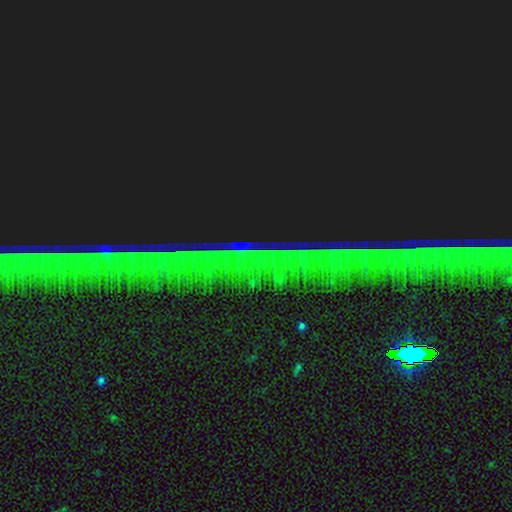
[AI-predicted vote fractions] Overall: star or artifact (84%).